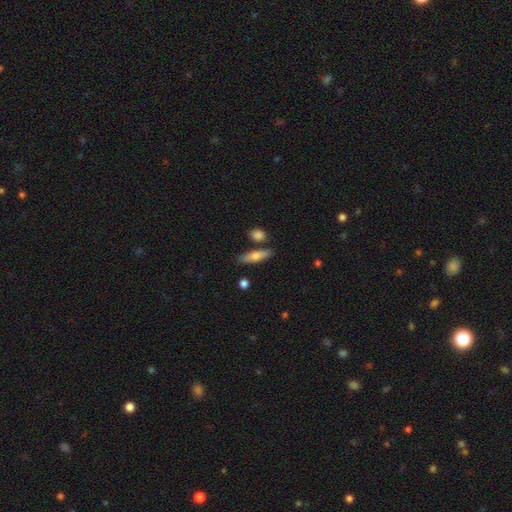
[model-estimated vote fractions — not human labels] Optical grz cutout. It shows a smooth galaxy with no disk features (69%) that is cigar-shaped (53%). Merging: none (78%).